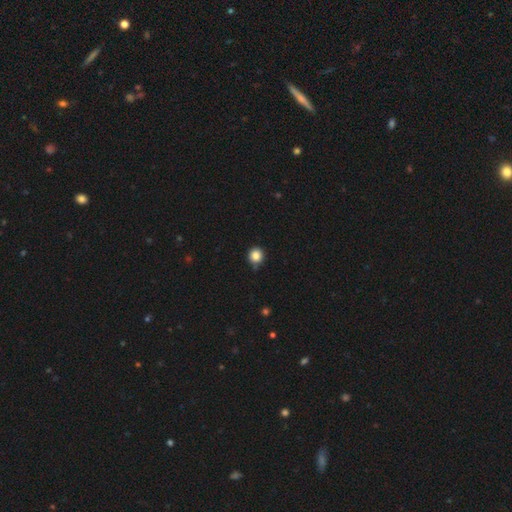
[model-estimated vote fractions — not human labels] Morphology: type=smooth (85%); roundness=round (91%); merging=none (82%).